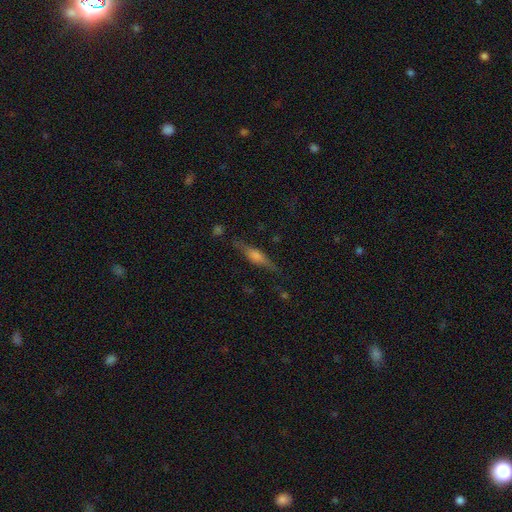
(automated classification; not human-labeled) Overall: featured or disk (69%). Edge-on disk: yes (95%). Edge-on bulge: rounded (73%). Merging: none (82%).